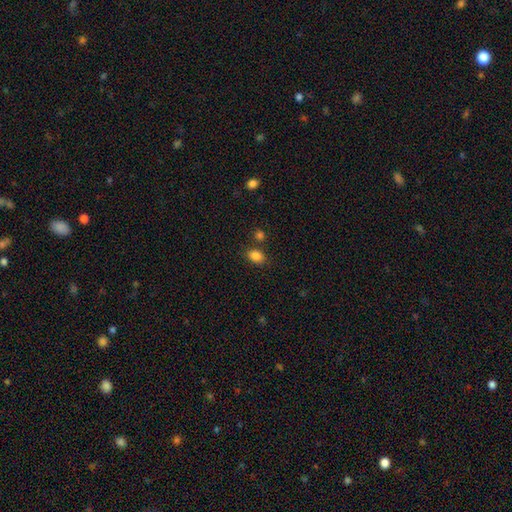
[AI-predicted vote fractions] Smooth or featured? smooth (85%)
How rounded? in between (74%)
Merging? none (75%)